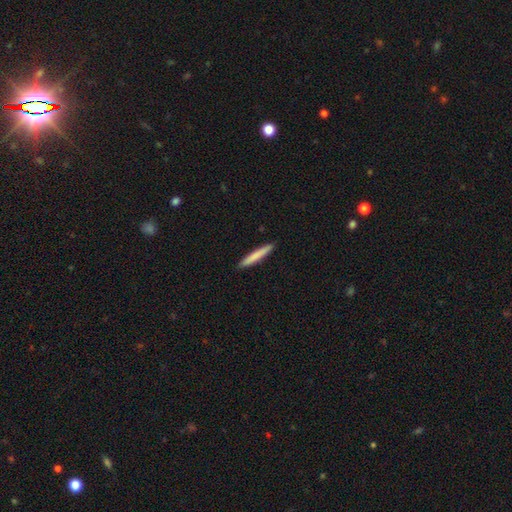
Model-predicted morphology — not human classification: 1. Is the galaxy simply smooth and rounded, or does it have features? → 77% smooth, 17% featured or disk, 5% star or artifact.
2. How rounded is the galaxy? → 96% cigar-shaped, 3% in between, 1% round.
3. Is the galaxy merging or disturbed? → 92% none, 6% minor disturbance, 1% major disturbance, 1% merger.